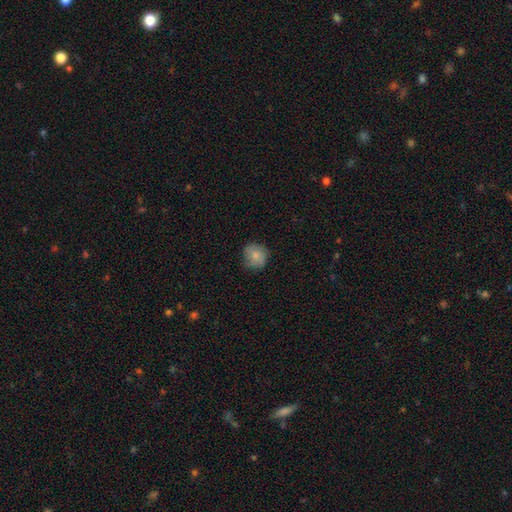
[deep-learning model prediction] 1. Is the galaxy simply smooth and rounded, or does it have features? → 78% smooth, 15% featured or disk, 8% star or artifact.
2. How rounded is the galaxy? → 87% round, 12% in between, 1% cigar-shaped.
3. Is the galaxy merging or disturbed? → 75% none, 19% minor disturbance, 4% major disturbance, 1% merger.